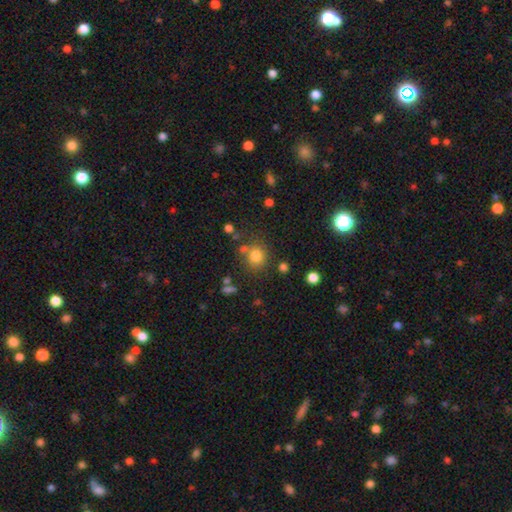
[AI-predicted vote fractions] Smooth or featured?
  - smooth: 79% *
  - star or artifact: 14%
  - featured or disk: 8%
How rounded?
  - round: 84% *
  - in between: 16%
  - cigar-shaped: 1%
Merging?
  - none: 70% *
  - minor disturbance: 13%
  - merger: 12%
  - major disturbance: 5%